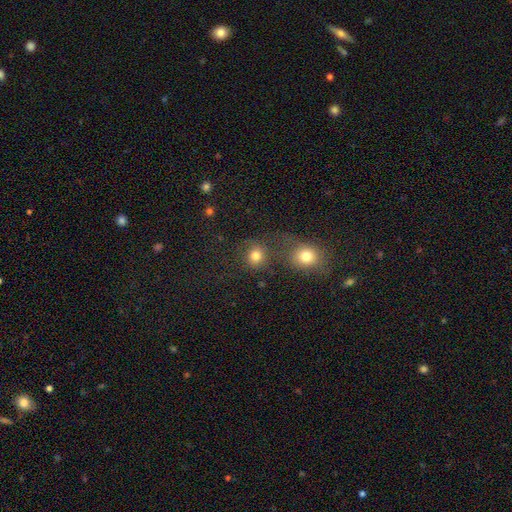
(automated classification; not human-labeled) Smooth or featured: smooth — 79% (star or artifact — 13%)
How rounded: round — 83% (in between — 16%)
Merging: none — 59% (merger — 26%)